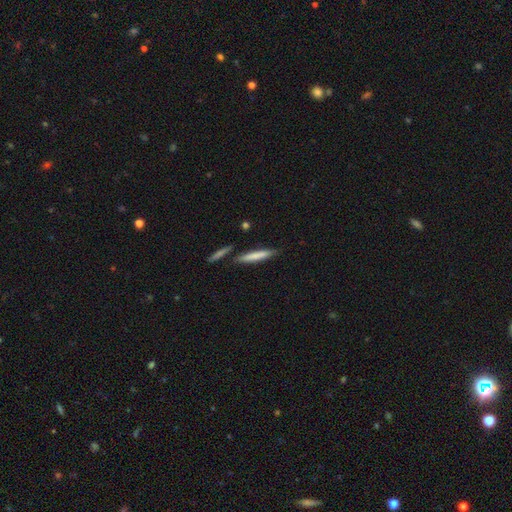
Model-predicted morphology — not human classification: smooth 72%, featured or disk 22%, star or artifact 6%. Down the decision tree: how rounded — cigar-shaped (92%); merging — none (76%).